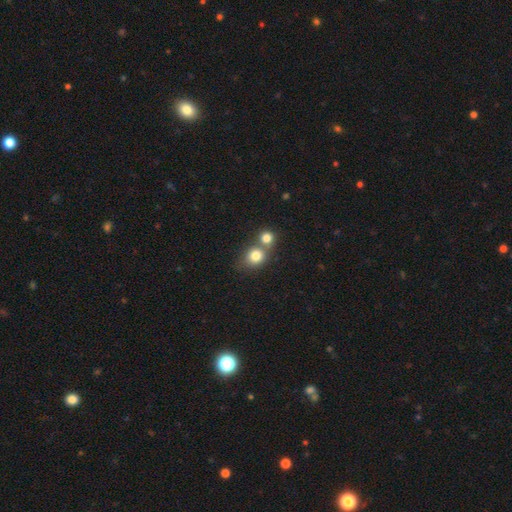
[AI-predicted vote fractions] Smooth or featured? smooth (79%)
How rounded? round (74%)
Merging? merger (47%)